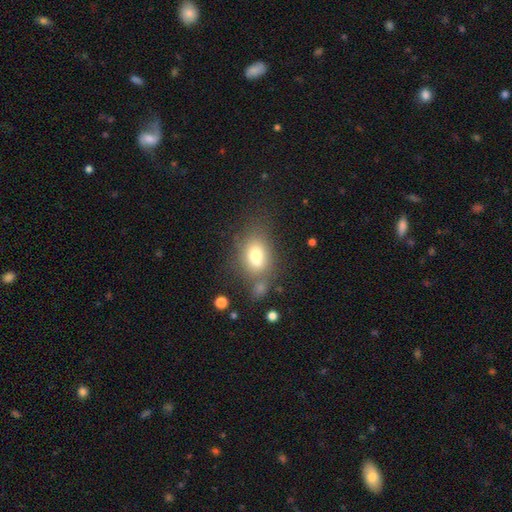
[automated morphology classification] Q: Smooth or featured?
A: smooth (73%); runner-up: featured or disk (17%)
Q: How rounded?
A: in between (73%); runner-up: round (25%)
Q: Merging?
A: none (51%); runner-up: merger (21%)